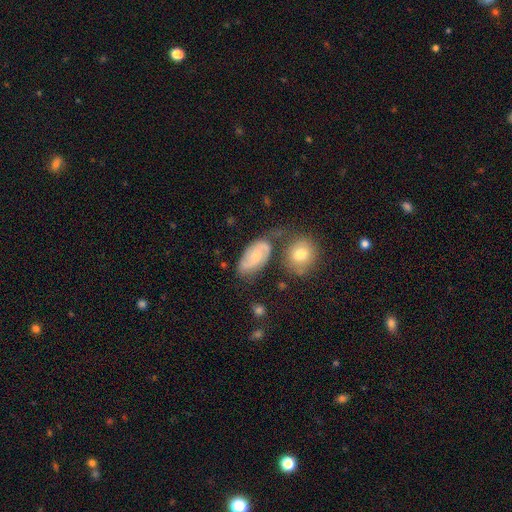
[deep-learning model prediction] Smooth or featured? featured or disk (56%)
Edge-on disk? no (95%)
Bar? no (61%)
Spiral arms? yes (84%)
Bulge size? small (50%)
Merging? none (51%)